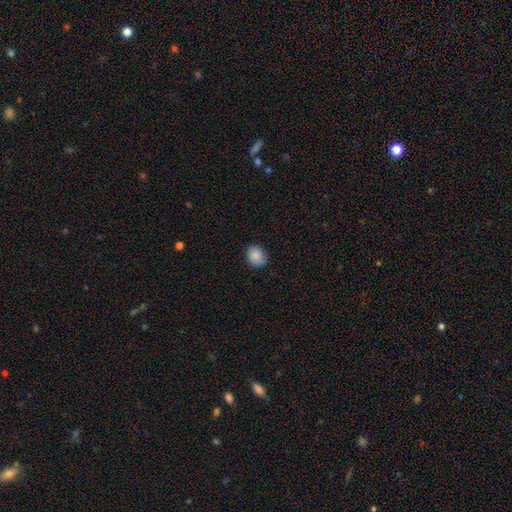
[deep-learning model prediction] smooth-or-featured: smooth: 86% | star or artifact: 8% | featured or disk: 6%
  how-rounded: round: 58% | in between: 42% | cigar-shaped: 1%
  merging: none: 80% | minor disturbance: 17% | major disturbance: 3% | merger: 1%